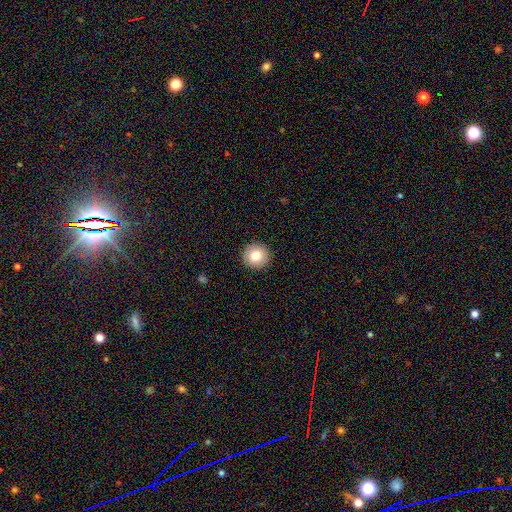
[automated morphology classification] smooth 79%, featured or disk 11%, star or artifact 10%. Down the decision tree: how rounded — round (95%); merging — none (93%).